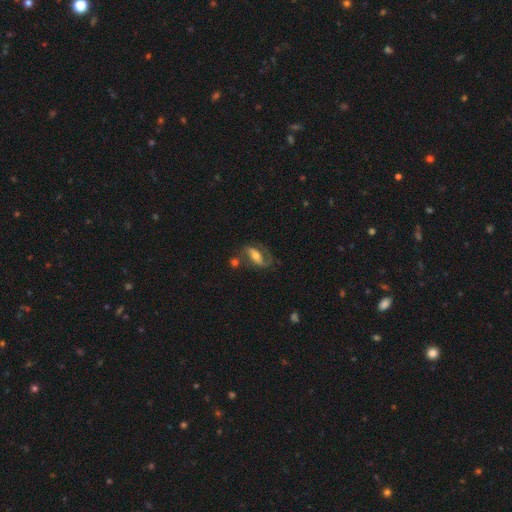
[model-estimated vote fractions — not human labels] Smooth or featured? featured or disk (74%)
Edge-on disk? no (92%)
Bar? strong (41%)
Spiral arms? yes (87%)
Spiral winding? medium (43%)
Spiral arm count? 2 (76%)
Bulge size? moderate (63%)
Merging? none (55%)